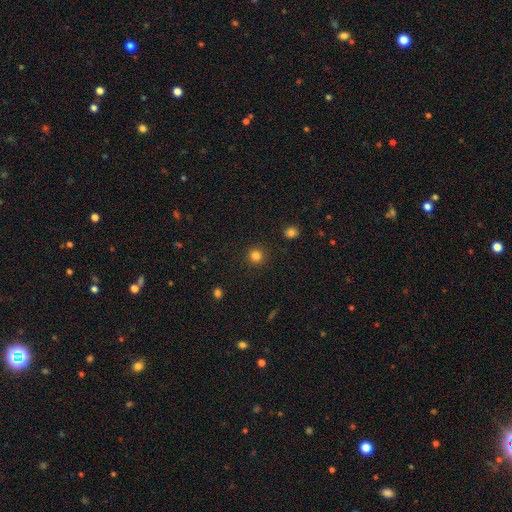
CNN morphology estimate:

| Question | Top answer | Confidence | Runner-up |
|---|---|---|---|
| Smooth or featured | smooth | 83% | star or artifact (13%) |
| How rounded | round | 93% | in between (6%) |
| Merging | none | 91% | minor disturbance (5%) |